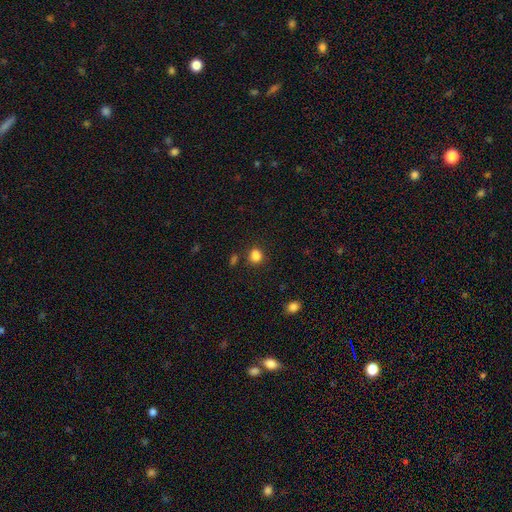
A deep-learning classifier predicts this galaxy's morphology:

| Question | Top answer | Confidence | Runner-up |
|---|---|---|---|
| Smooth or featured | smooth | 84% | star or artifact (12%) |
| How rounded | round | 65% | in between (34%) |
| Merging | none | 76% | minor disturbance (13%) |